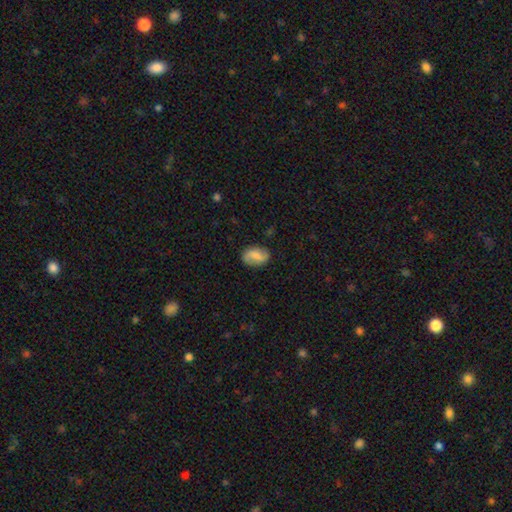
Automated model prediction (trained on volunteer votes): smooth_or_featured: featured or disk (p=0.50) [alt: smooth p=0.42]
disk_edge_on: no (p=0.97) [alt: yes p=0.03]
merging: none (p=0.80) [alt: minor disturbance p=0.15]